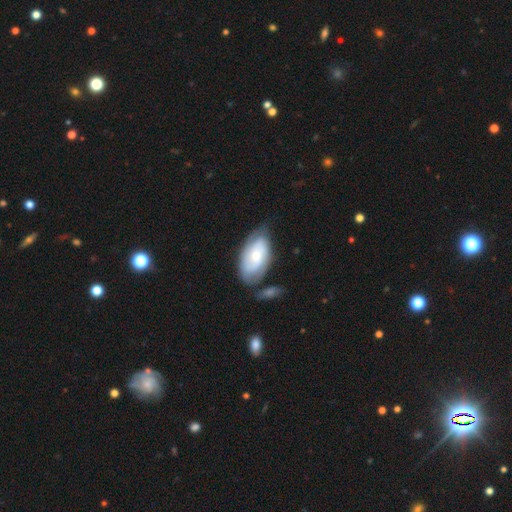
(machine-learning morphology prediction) This is possibly a featured or disk galaxy (55%). It is clearly not viewed edge-on (93%). Bar: likely no (70%). Spiral arm pattern: likely yes (80%). Central bulge: possibly small (55%). Merging: possibly none (60%).